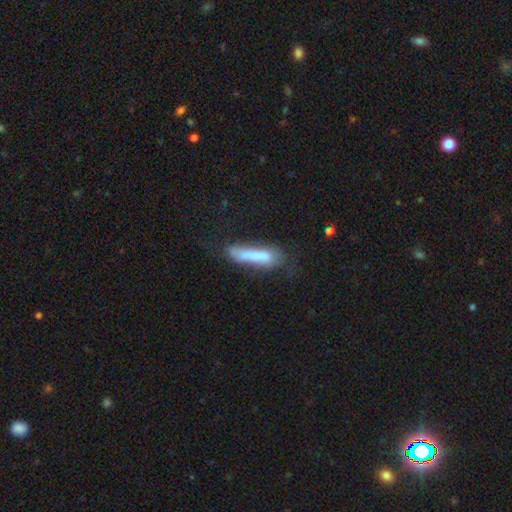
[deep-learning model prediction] Smooth or featured?
  - smooth: 74% *
  - featured or disk: 19%
  - star or artifact: 8%
How rounded?
  - cigar-shaped: 85% *
  - in between: 14%
  - round: 2%
Merging?
  - none: 56% *
  - minor disturbance: 26%
  - major disturbance: 13%
  - merger: 4%